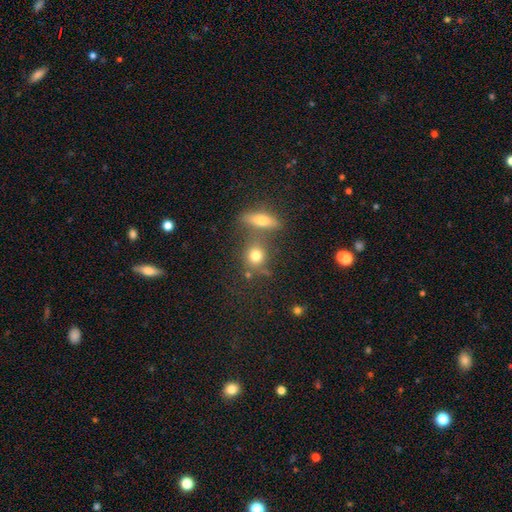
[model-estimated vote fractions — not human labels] This is likely a smooth galaxy (75%). How rounded: likely round (66%). Merging: possibly none (55%).